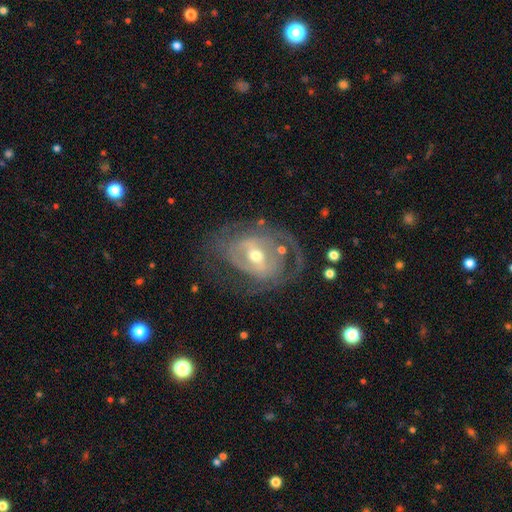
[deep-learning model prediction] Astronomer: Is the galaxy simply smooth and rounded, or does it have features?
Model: featured or disk — 82%.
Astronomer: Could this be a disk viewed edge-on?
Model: no — 95%.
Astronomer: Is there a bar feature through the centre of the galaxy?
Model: weak — 42% (runner-up: strong, 32%).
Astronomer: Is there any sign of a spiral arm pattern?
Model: yes — 76%.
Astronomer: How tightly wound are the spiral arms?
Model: tight — 47% (runner-up: medium, 36%).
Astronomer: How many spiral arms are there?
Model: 2 — 43% (runner-up: can't tell, 32%).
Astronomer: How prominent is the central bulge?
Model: moderate — 65%.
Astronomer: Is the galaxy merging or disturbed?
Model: none — 57%.